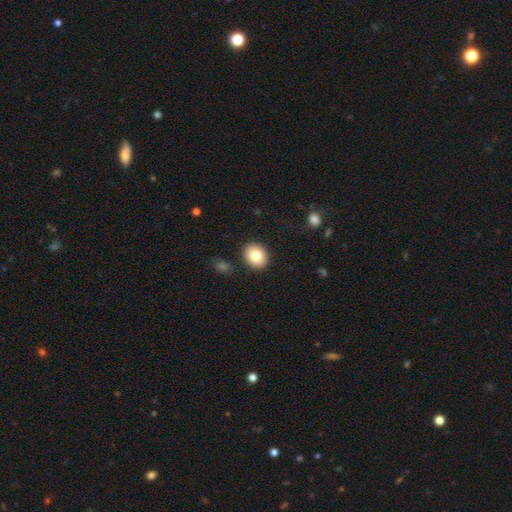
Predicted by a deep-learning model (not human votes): A smooth galaxy with no disk features (82%) that is round (54%).

Vote fractions:
- Smooth or featured? smooth: 82% / featured or disk: 10% / star or artifact: 8%
- How rounded? round: 54% / in between: 46% / cigar-shaped: 1%
- Merging? none: 89% / minor disturbance: 7% / major disturbance: 2% / merger: 2%